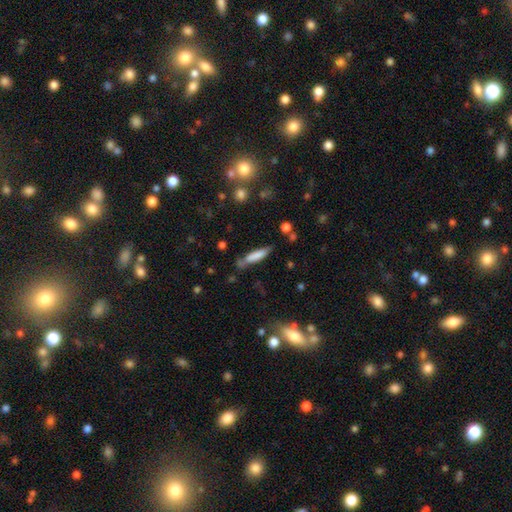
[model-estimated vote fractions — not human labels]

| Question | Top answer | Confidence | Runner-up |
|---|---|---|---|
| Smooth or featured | smooth | 75% | featured or disk (17%) |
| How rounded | cigar-shaped | 78% | in between (20%) |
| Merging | none | 67% | minor disturbance (20%) |